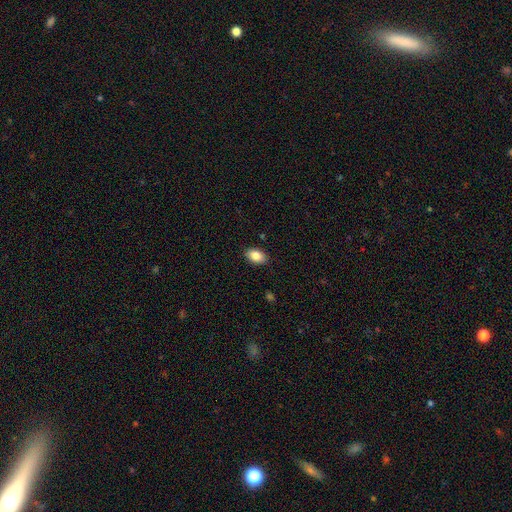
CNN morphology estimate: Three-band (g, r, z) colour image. It shows a smooth galaxy with no disk features (86%) that is in between round and cigar-shaped (90%). Merging: none (87%).